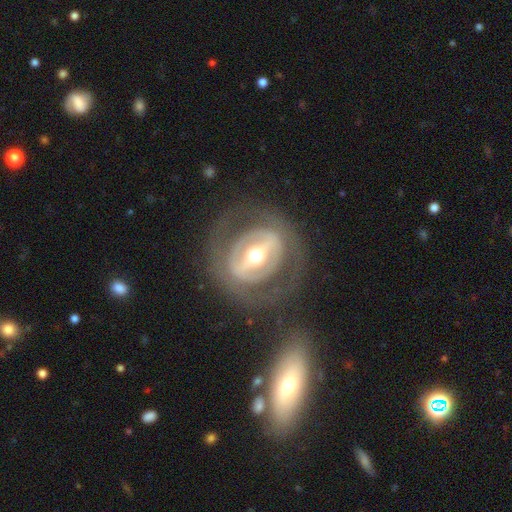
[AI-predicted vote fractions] featured or disk 77%, smooth 17%, star or artifact 6%. Down the decision tree: edge-on disk — no (92%); bar — strong (64%); spiral arms — no (67%); bulge size — moderate (71%); merging — none (73%).